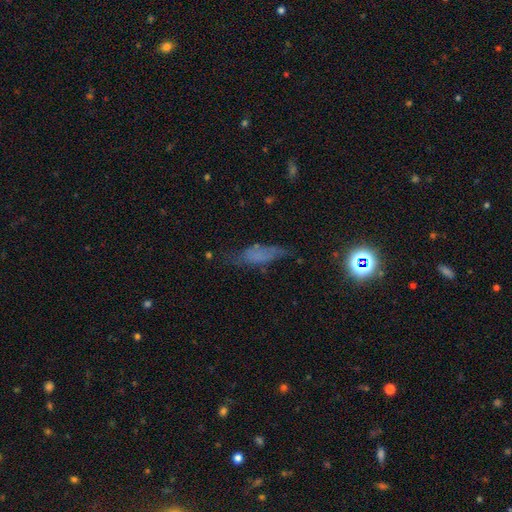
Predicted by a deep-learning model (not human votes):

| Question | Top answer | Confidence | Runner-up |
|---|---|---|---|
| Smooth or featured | smooth | 45% | featured or disk (34%) |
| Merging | none | 55% | minor disturbance (26%) |